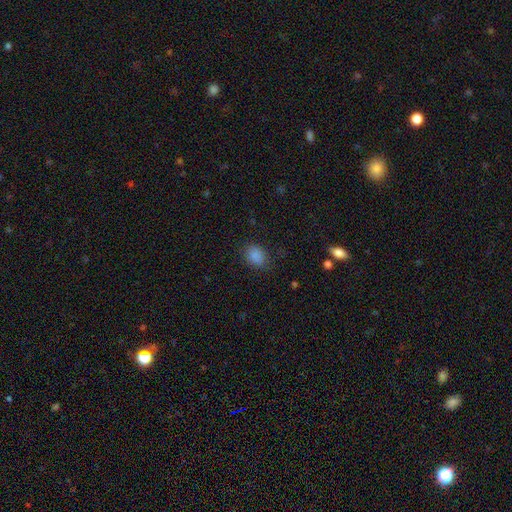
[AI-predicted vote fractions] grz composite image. It shows a smooth galaxy with no disk features (86%) that is in between round and cigar-shaped (64%). Merging: none (82%).